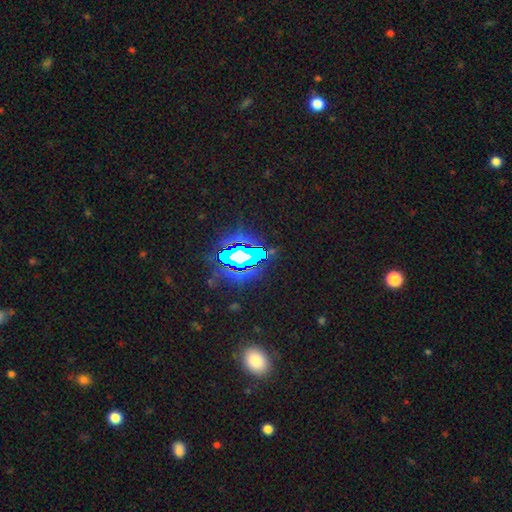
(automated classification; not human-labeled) Smooth or featured? Predicted: star or artifact (p=0.76).